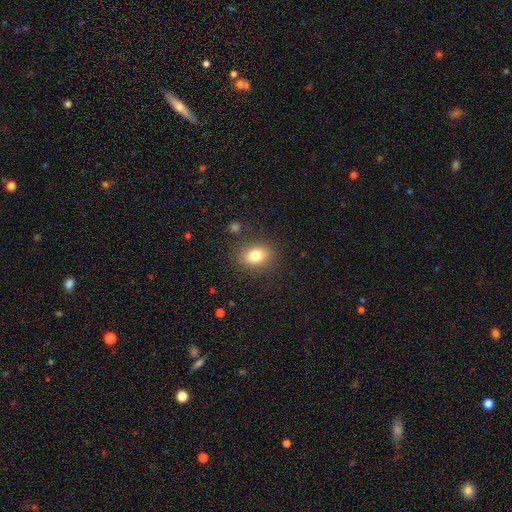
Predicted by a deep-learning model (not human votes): A smooth galaxy with no disk features (80%) that is in between round and cigar-shaped (57%).

Vote fractions:
- Smooth or featured? smooth: 80% / star or artifact: 11% / featured or disk: 9%
- How rounded? in between: 57% / round: 41% / cigar-shaped: 1%
- Merging? none: 84% / minor disturbance: 10% / major disturbance: 4% / merger: 2%